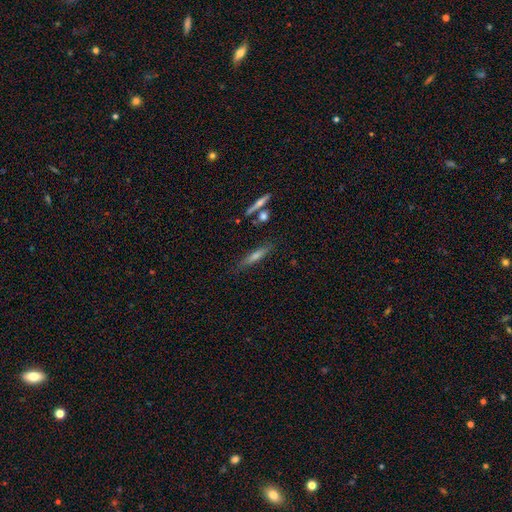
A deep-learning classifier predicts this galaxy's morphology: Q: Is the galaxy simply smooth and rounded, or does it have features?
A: smooth — 48%.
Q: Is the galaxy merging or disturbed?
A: none — 81%.